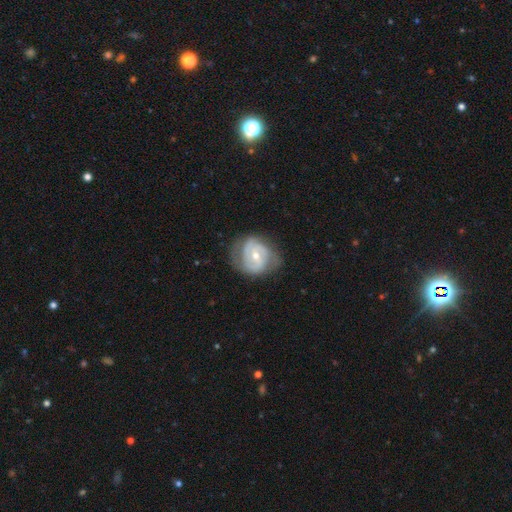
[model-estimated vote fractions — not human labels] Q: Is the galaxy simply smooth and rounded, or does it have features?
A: featured or disk — 80%.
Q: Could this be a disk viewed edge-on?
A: no — 98%.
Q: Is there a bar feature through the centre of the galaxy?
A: weak — 46%.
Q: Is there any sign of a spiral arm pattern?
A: yes — 92%.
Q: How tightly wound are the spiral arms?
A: tight — 50%.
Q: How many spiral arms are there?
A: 2 — 58%.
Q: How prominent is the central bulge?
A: moderate — 53%.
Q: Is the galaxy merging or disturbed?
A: none — 67%.